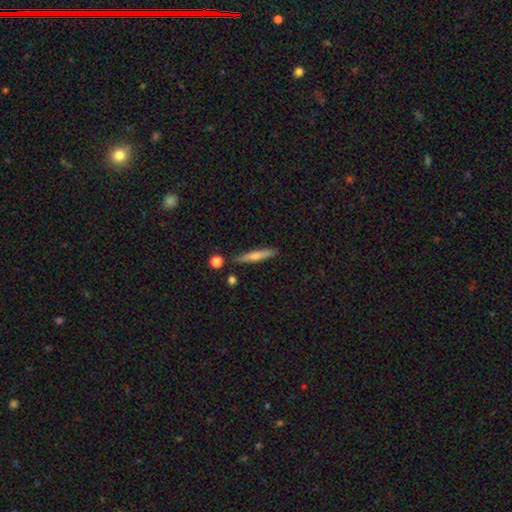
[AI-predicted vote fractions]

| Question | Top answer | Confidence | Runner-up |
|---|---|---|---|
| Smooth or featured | smooth | 62% | featured or disk (32%) |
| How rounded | cigar-shaped | 92% | in between (7%) |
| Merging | none | 82% | minor disturbance (11%) |